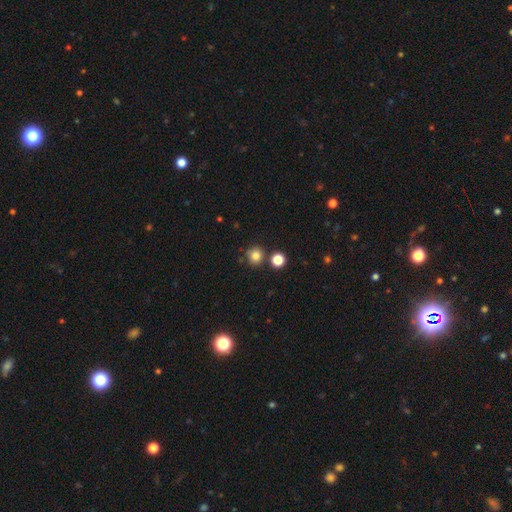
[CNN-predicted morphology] The model was most divided on "smooth or featured": smooth: 82%, star or artifact: 13%, featured or disk: 5%. More confident: how rounded — round (90%); merging — none (79%).